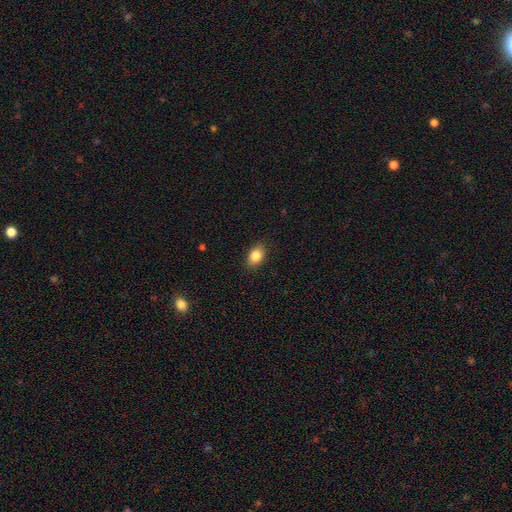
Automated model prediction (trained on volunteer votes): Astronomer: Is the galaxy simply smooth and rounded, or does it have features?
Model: smooth — 85%.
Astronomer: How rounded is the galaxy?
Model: in between — 75%.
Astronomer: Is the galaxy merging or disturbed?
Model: none — 87%.